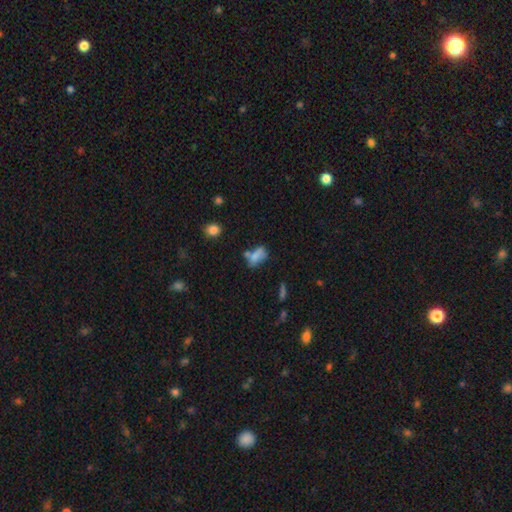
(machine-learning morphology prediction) Smooth or featured? smooth (66%)
How rounded? in between (82%)
Merging? none (37%)